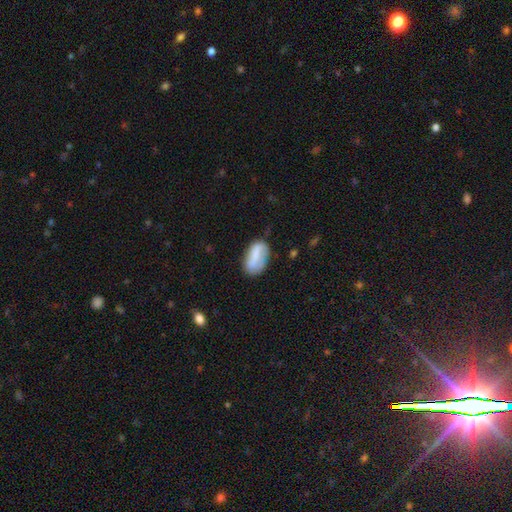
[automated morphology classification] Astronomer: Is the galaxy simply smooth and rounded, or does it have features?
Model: smooth — 70%.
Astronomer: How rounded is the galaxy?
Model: in between — 91%.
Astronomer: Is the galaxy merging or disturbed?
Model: none — 61%.